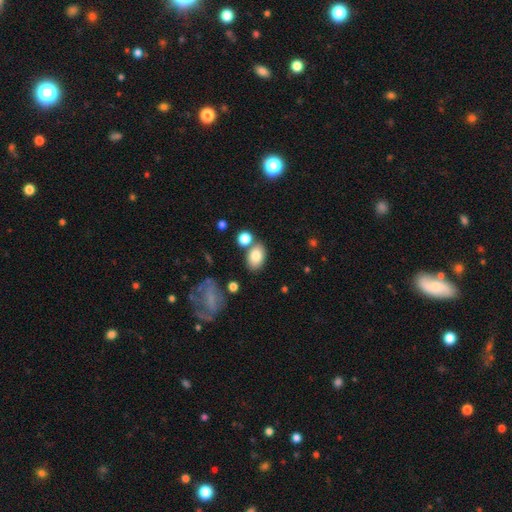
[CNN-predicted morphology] smooth 81%, featured or disk 10%, star or artifact 9%. Down the decision tree: how rounded — in between (84%); merging — none (68%).